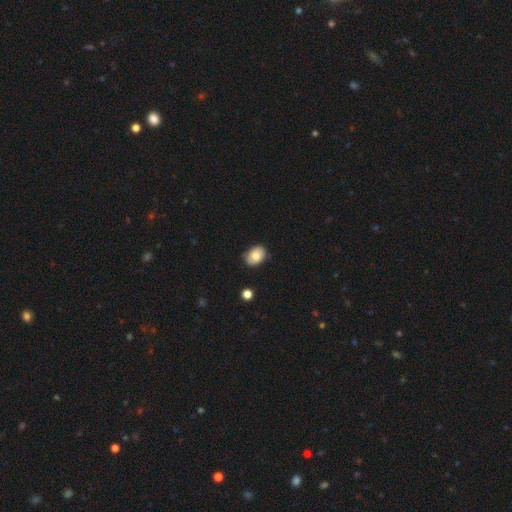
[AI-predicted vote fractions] smooth-or-featured: smooth: 79% | featured or disk: 13% | star or artifact: 8%
  how-rounded: in between: 74% | round: 25% | cigar-shaped: 1%
  merging: none: 80% | minor disturbance: 15% | major disturbance: 3% | merger: 2%